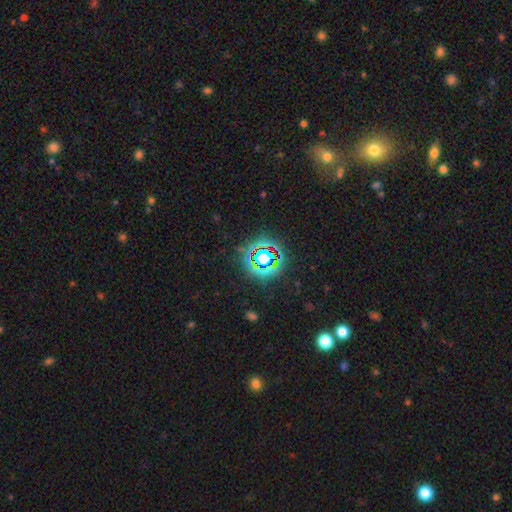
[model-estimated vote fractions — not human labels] This is likely a star or artifact rather than a galaxy (73%).